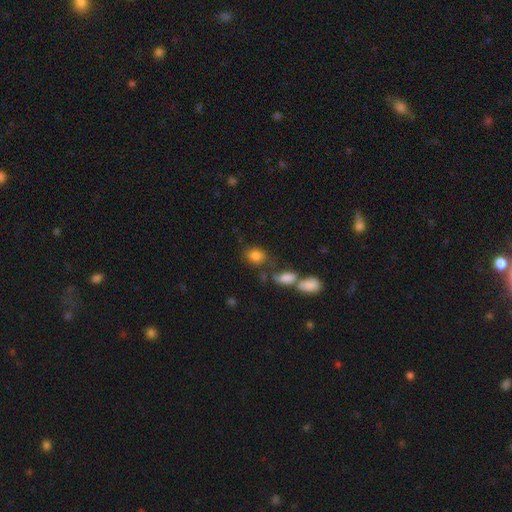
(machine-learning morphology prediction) Smooth or featured? smooth (82%)
How rounded? in between (59%)
Merging? none (60%)